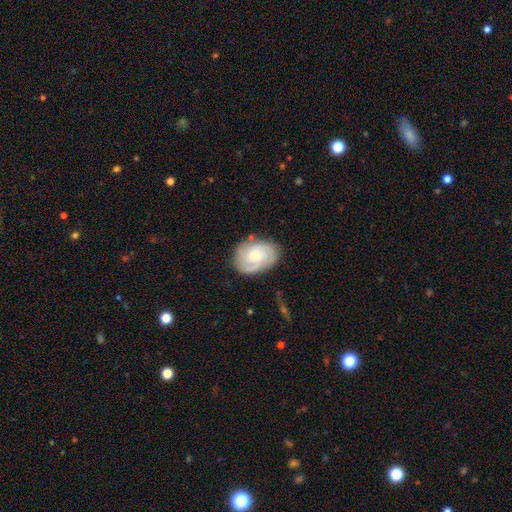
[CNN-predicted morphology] A featured or disk galaxy (67%) with no bar (71%), 2 (31%) tight (55%) spiral arms (92%) and a small central bulge (51%). Merging: none (74%).